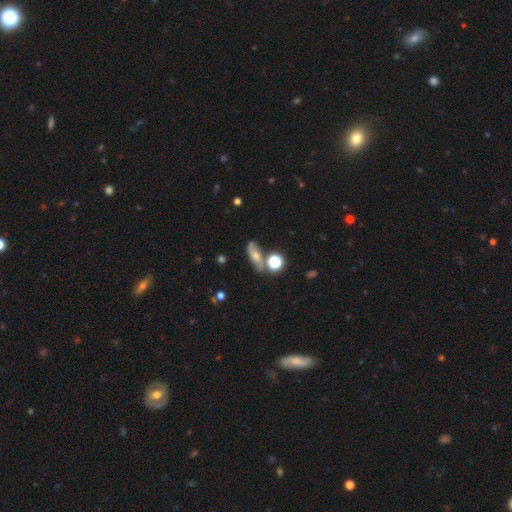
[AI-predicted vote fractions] Overall: featured or disk (44%; smooth 40%). Merging: none (55%; minor disturbance 20%).